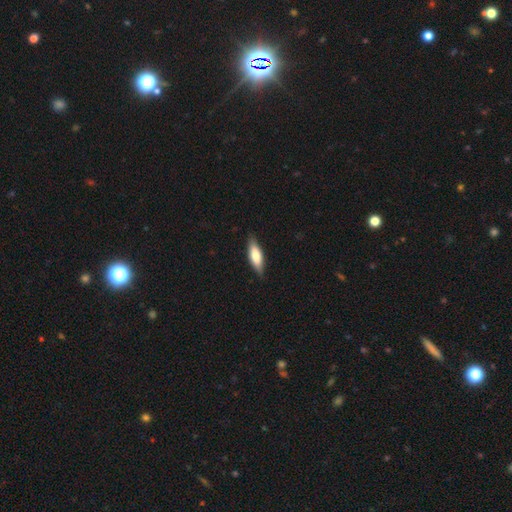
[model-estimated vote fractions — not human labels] Smooth or featured?
  - smooth: 72% *
  - featured or disk: 23%
  - star or artifact: 5%
How rounded?
  - in between: 61% *
  - cigar-shaped: 37%
  - round: 2%
Merging?
  - none: 84% *
  - minor disturbance: 13%
  - major disturbance: 2%
  - merger: 1%